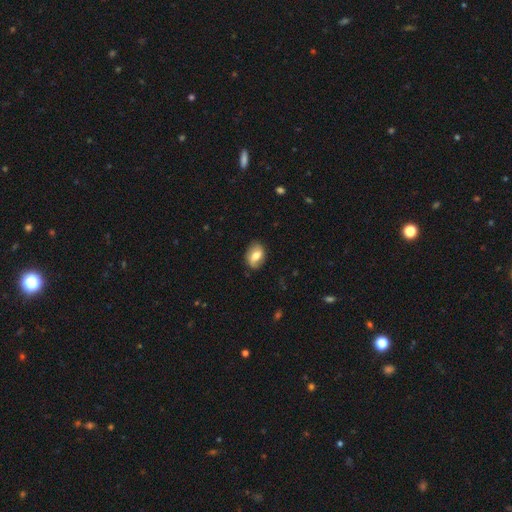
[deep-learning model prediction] A smooth galaxy with no disk features (63%) that is in between round and cigar-shaped (81%).

Vote fractions:
- Smooth or featured? smooth: 63% / featured or disk: 29% / star or artifact: 8%
- How rounded? in between: 81% / round: 17% / cigar-shaped: 1%
- Merging? none: 77% / minor disturbance: 17% / major disturbance: 4% / merger: 1%